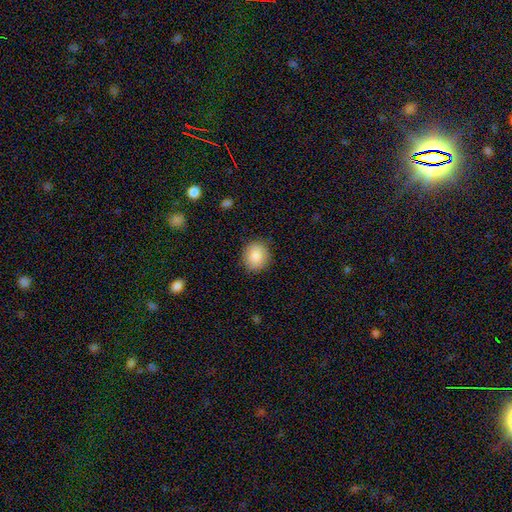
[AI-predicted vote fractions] Smooth or featured: smooth — 87% (star or artifact — 8%)
How rounded: round — 75% (in between — 24%)
Merging: none — 87% (minor disturbance — 9%)